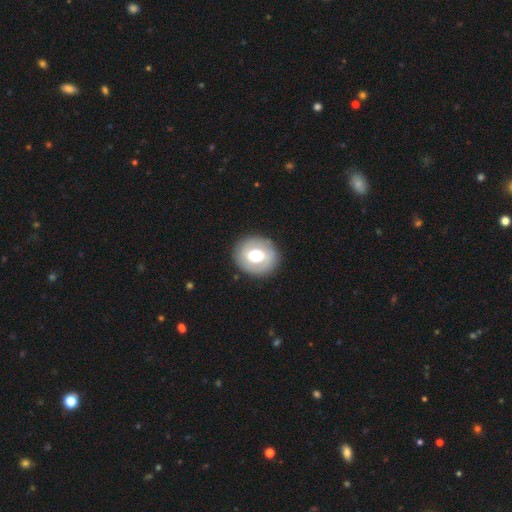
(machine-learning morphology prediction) Smooth or featured?
  - smooth: 59% *
  - featured or disk: 34%
  - star or artifact: 7%
How rounded?
  - round: 77% *
  - in between: 22%
  - cigar-shaped: 1%
Merging?
  - none: 88% *
  - minor disturbance: 8%
  - major disturbance: 3%
  - merger: 1%